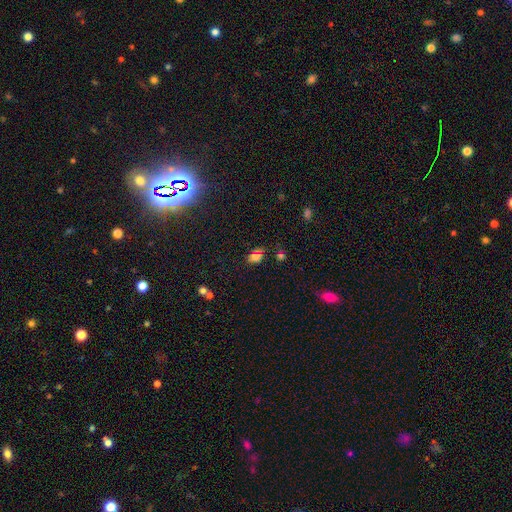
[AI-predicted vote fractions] smooth 61%, star or artifact 29%, featured or disk 10%. Down the decision tree: how rounded — in between (71%); merging — none (69%).